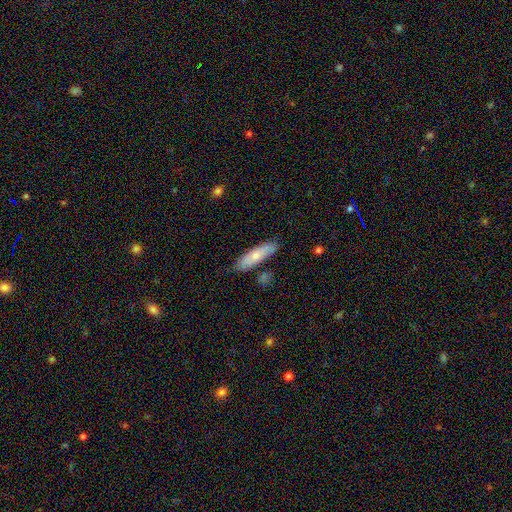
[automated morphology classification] Smooth or featured: smooth — 66% (featured or disk — 28%)
How rounded: cigar-shaped — 65% (in between — 33%)
Merging: none — 78% (minor disturbance — 15%)